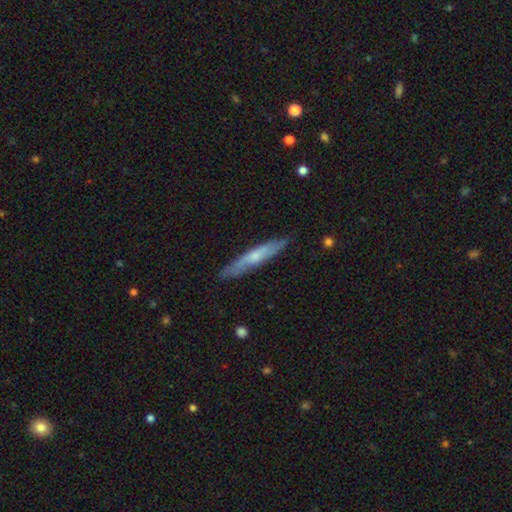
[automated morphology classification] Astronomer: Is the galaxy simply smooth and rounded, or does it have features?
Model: smooth — 48% (runner-up: featured or disk, 47%).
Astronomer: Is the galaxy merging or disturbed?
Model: none — 84%.